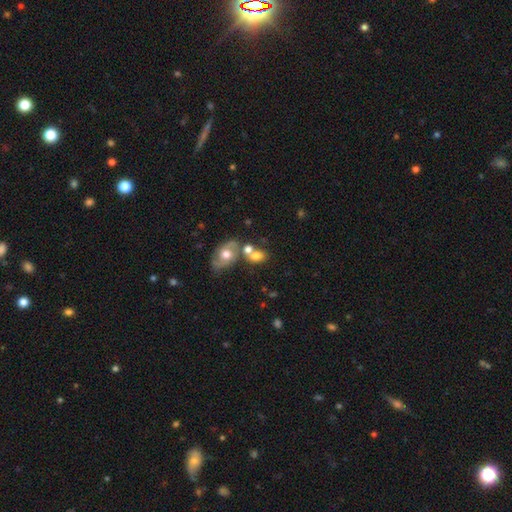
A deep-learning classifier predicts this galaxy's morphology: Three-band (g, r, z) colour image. It shows a smooth galaxy with no disk features (63%) that is in between round and cigar-shaped (71%). Merging: none (44%).